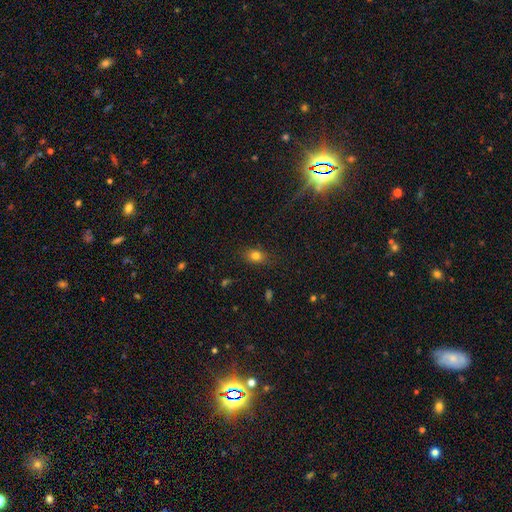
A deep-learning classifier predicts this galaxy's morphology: smooth_or_featured: smooth (p=0.77) [alt: star or artifact p=0.14]
how_rounded: in between (p=0.68) [alt: round p=0.30]
merging: none (p=0.81) [alt: minor disturbance p=0.14]